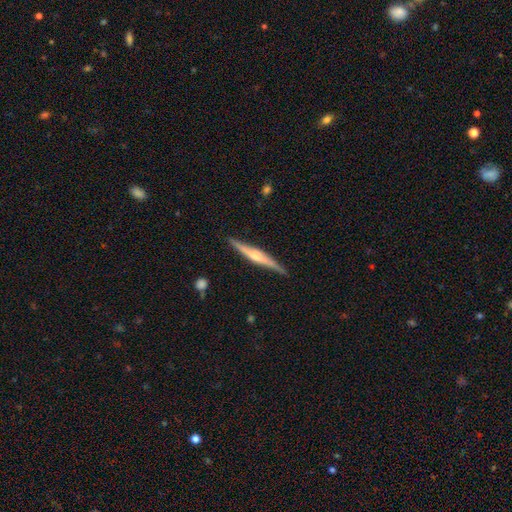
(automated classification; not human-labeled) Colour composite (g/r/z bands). It shows a featured or disk galaxy (70%) viewed edge-on (97%) with a rounded central bulge (66%). Merging: none (85%).